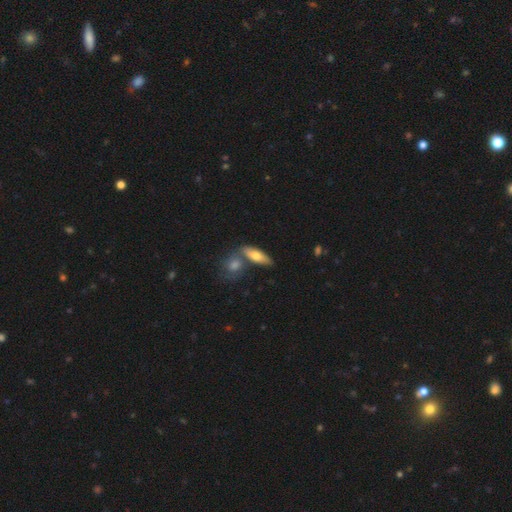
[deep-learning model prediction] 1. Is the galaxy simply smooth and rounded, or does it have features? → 64% smooth, 30% featured or disk, 6% star or artifact.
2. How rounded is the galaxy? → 60% in between, 36% cigar-shaped, 4% round.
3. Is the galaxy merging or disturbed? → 57% none, 28% merger, 12% minor disturbance, 4% major disturbance.